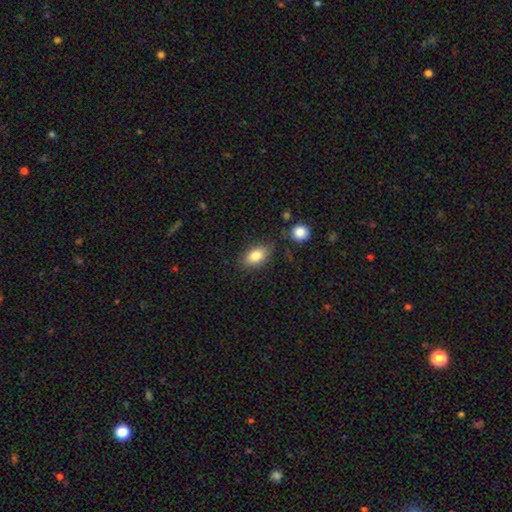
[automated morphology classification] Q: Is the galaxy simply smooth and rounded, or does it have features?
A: smooth — 82%.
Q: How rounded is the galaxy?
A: in between — 87%.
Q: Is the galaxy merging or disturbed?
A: none — 78%.